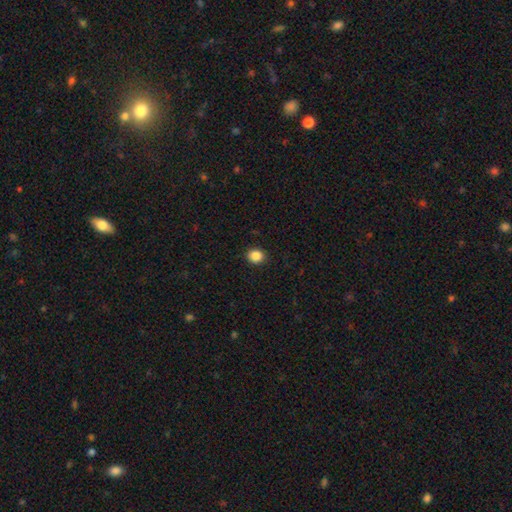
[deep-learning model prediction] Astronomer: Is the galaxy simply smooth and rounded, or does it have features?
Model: smooth — 87%.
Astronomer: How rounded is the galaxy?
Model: round — 72%.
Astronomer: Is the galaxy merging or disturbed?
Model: none — 92%.